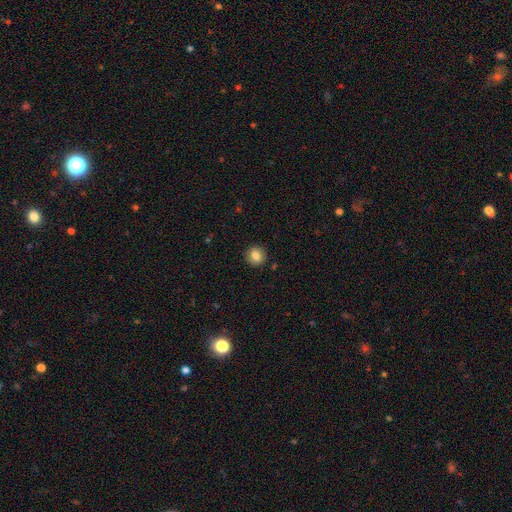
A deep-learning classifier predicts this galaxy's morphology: smooth-or-featured: smooth: 84% | star or artifact: 9% | featured or disk: 7%
  how-rounded: round: 88% | in between: 11% | cigar-shaped: 1%
  merging: none: 91% | minor disturbance: 6% | major disturbance: 2% | merger: 1%